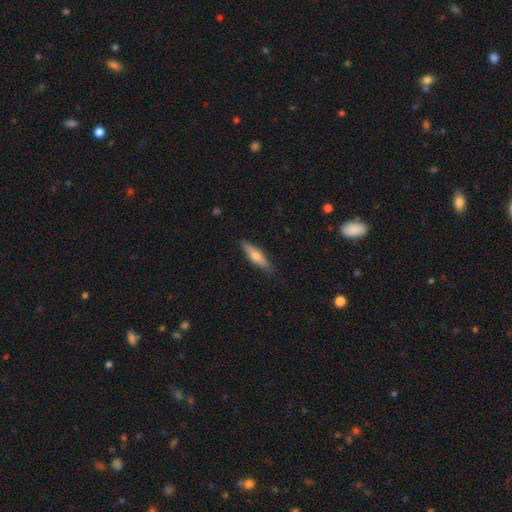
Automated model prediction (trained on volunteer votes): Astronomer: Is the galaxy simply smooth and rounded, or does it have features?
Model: smooth — 61%.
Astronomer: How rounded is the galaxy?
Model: cigar-shaped — 73%.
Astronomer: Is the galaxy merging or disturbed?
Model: none — 87%.